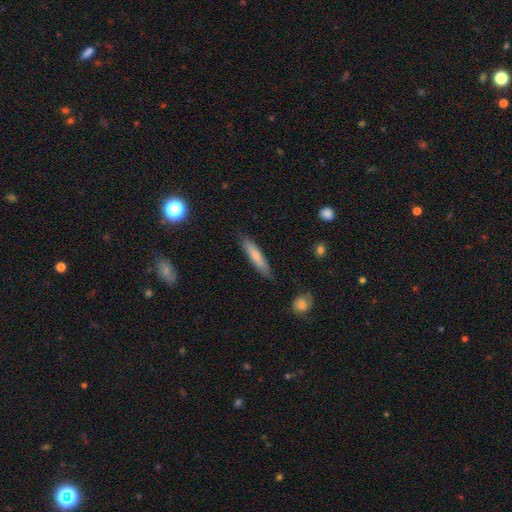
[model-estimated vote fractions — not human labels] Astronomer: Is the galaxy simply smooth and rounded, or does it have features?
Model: smooth — 72%.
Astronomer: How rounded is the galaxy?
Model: cigar-shaped — 88%.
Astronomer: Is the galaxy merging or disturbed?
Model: none — 84%.